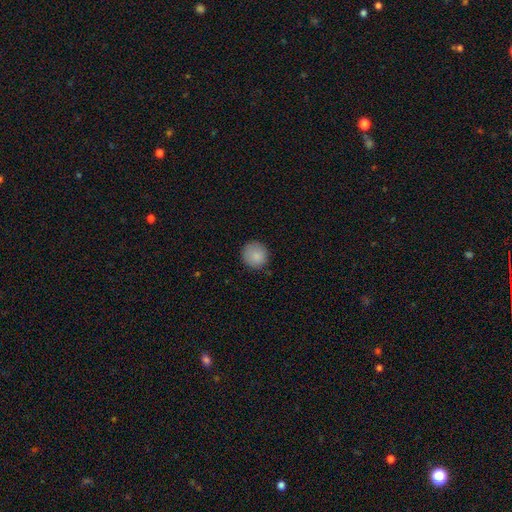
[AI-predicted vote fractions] A smooth galaxy with no disk features (87%) that is round (92%).

Vote fractions:
- Smooth or featured? smooth: 87% / star or artifact: 8% / featured or disk: 5%
- How rounded? round: 92% / in between: 7% / cigar-shaped: 1%
- Merging? none: 86% / minor disturbance: 11% / major disturbance: 2% / merger: 1%